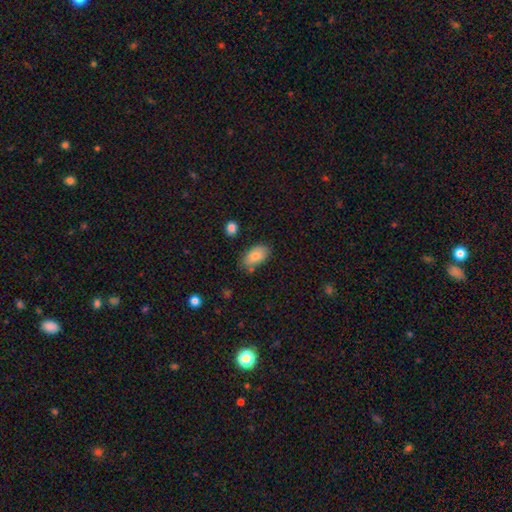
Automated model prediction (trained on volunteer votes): This is clearly a smooth galaxy (83%). How rounded: clearly in between (93%). Merging: likely none (73%).